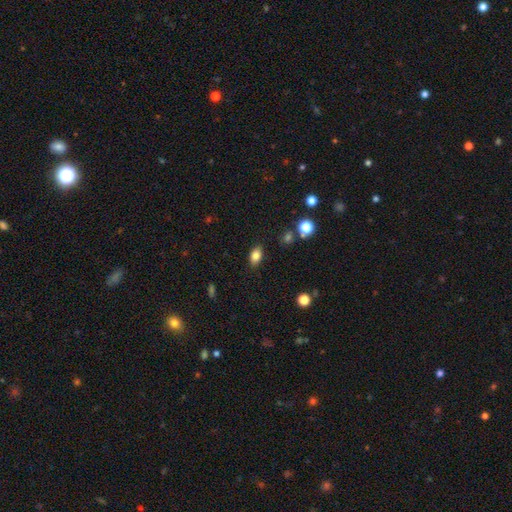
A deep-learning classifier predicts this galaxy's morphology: Smooth or featured?
  - smooth: 82% *
  - star or artifact: 10%
  - featured or disk: 8%
How rounded?
  - in between: 85% *
  - round: 13%
  - cigar-shaped: 3%
Merging?
  - none: 85% *
  - minor disturbance: 10%
  - major disturbance: 3%
  - merger: 2%